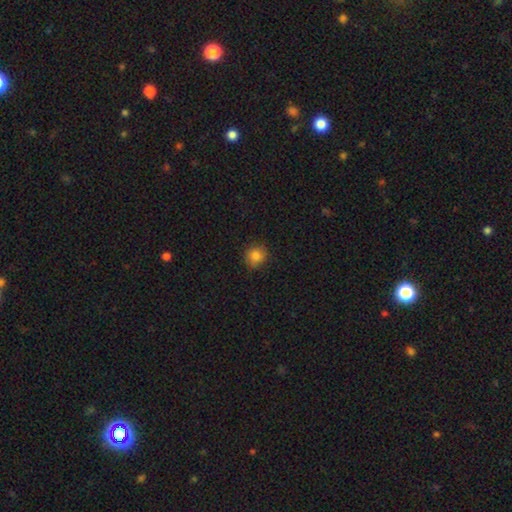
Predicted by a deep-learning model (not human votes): Morphology: type=smooth (83%); roundness=round (84%); merging=none (82%).